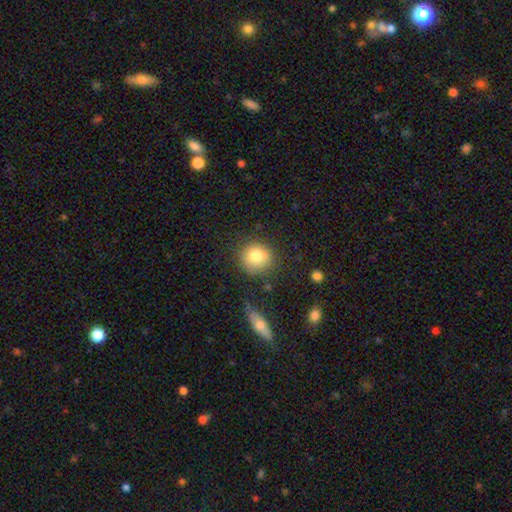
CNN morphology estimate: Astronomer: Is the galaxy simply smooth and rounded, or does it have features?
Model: smooth — 78%.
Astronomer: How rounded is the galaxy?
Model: round — 90%.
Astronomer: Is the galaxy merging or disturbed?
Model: none — 76%.